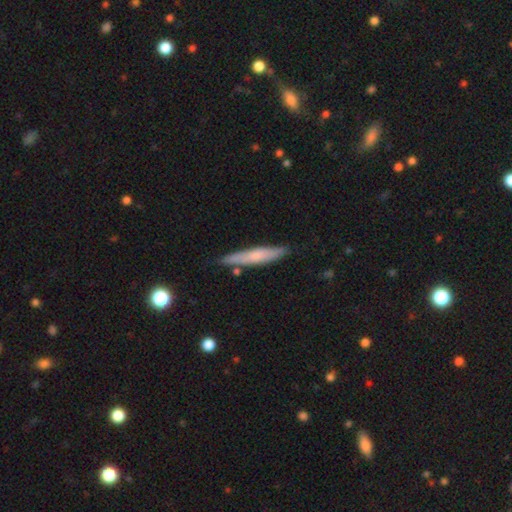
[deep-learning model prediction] smooth-or-featured: smooth: 60% | featured or disk: 34% | star or artifact: 6%
  how-rounded: cigar-shaped: 92% | in between: 7% | round: 1%
  merging: none: 81% | minor disturbance: 13% | merger: 3% | major disturbance: 2%